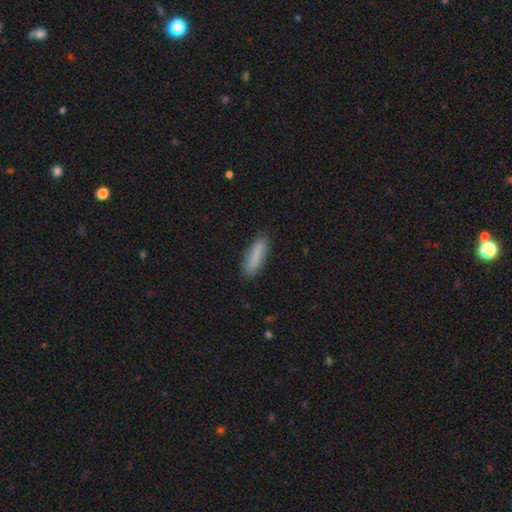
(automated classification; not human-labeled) Morphology: type=smooth (85%); roundness=cigar-shaped (72%); merging=none (87%).